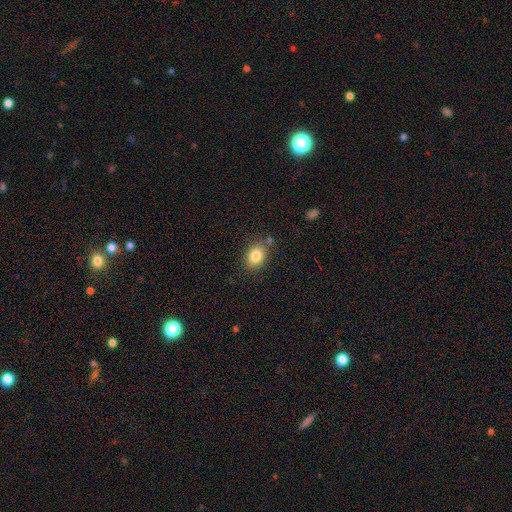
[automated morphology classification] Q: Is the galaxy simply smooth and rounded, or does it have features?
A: smooth — 83%.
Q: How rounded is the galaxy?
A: in between — 65%.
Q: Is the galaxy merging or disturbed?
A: none — 79%.